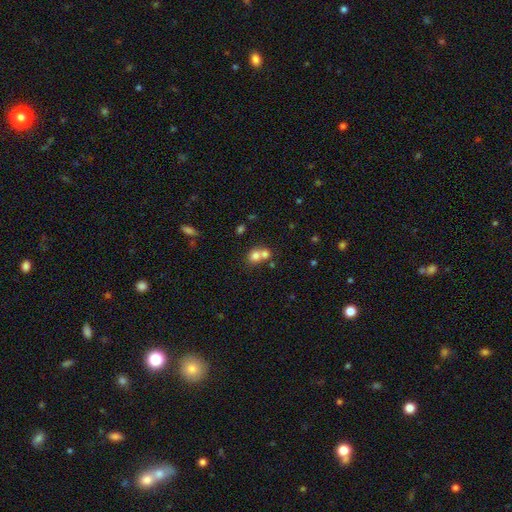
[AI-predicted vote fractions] Smooth or featured? smooth (74%)
How rounded? round (73%)
Merging? merger (60%)